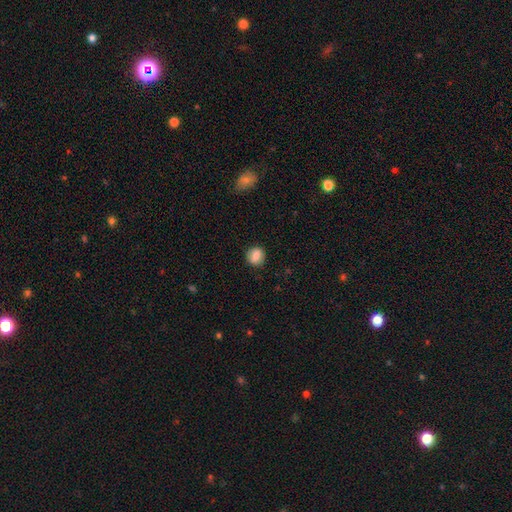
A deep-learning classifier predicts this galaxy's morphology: Overall: smooth (86%). How rounded: round (75%). Merging: none (88%).